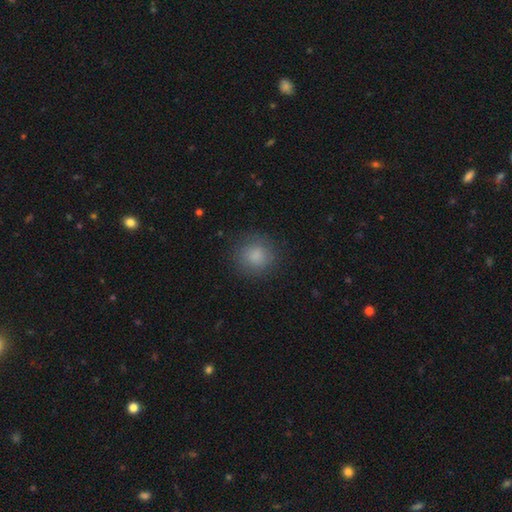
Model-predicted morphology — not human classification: smooth 84%, star or artifact 10%, featured or disk 6%. Down the decision tree: how rounded — round (88%); merging — none (84%).